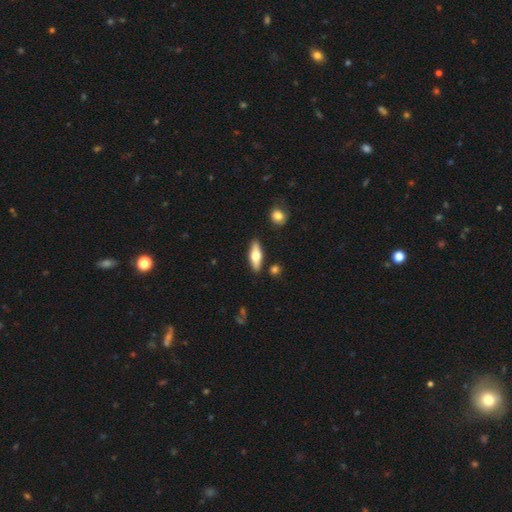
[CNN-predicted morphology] type=smooth (51%); roundness=in between (52%); merging=none (86%).